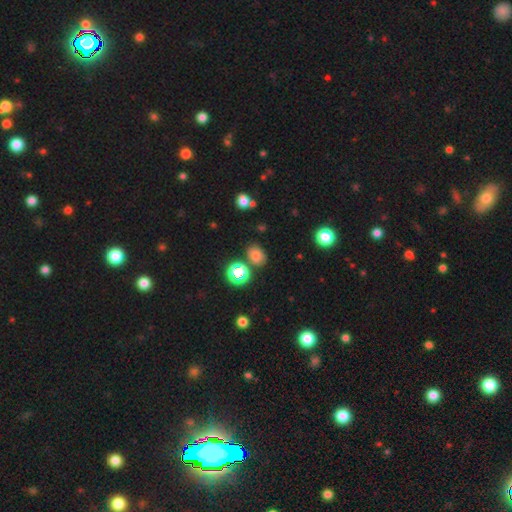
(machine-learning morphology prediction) type=smooth (68%); roundness=in between (61%); merging=none (77%).